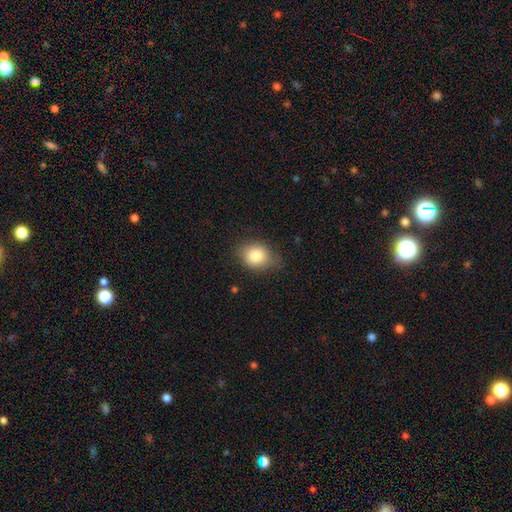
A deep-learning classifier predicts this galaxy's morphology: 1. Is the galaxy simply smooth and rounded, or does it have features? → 83% smooth, 9% star or artifact, 8% featured or disk.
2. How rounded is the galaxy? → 57% in between, 42% round, 1% cigar-shaped.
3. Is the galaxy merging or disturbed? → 68% none, 25% minor disturbance, 6% major disturbance, 1% merger.